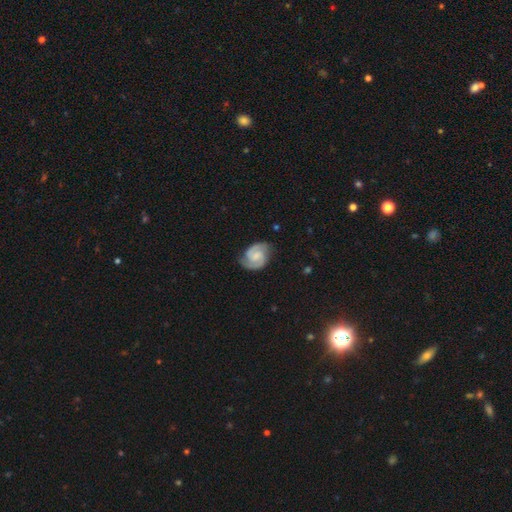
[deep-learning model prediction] smooth_or_featured: featured or disk (p=0.87) [alt: smooth p=0.08]
disk_edge_on: no (p=0.98) [alt: yes p=0.02]
bar: weak (p=0.49) [alt: no p=0.38]
has_spiral_arms: yes (p=0.98) [alt: no p=0.02]
spiral_winding: medium (p=0.48) [alt: tight p=0.42]
spiral_arm_count: 2 (p=0.93) [alt: can't tell p=0.03]
bulge_size: none (p=0.41) [alt: small p=0.27]
merging: none (p=0.80) [alt: minor disturbance p=0.15]